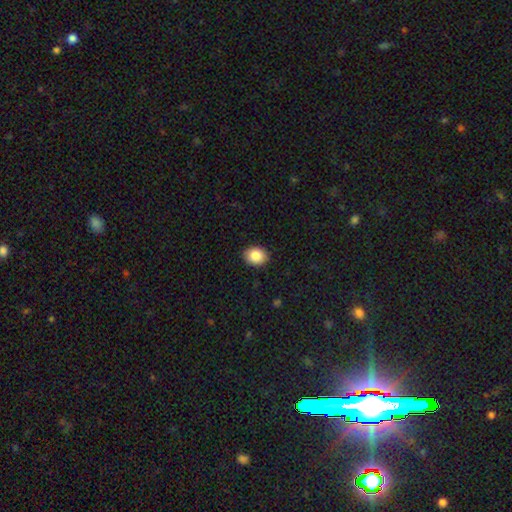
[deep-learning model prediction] Q: Smooth or featured?
A: smooth (86%); runner-up: star or artifact (8%)
Q: How rounded?
A: round (52%); runner-up: in between (47%)
Q: Merging?
A: none (90%); runner-up: minor disturbance (7%)